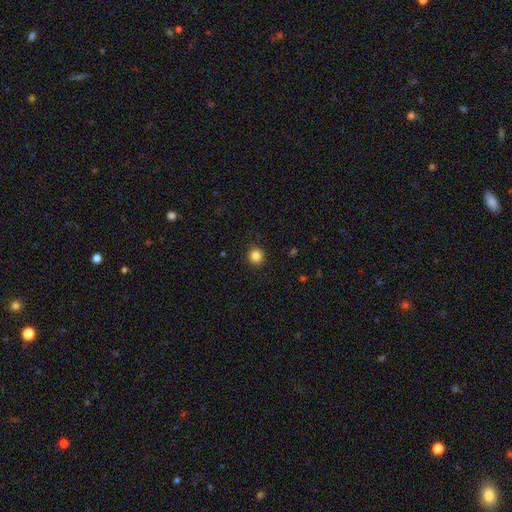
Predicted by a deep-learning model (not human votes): Smooth or featured?
  - smooth: 85% *
  - star or artifact: 11%
  - featured or disk: 4%
How rounded?
  - round: 92% *
  - in between: 7%
  - cigar-shaped: 1%
Merging?
  - none: 92% *
  - minor disturbance: 5%
  - major disturbance: 2%
  - merger: 1%